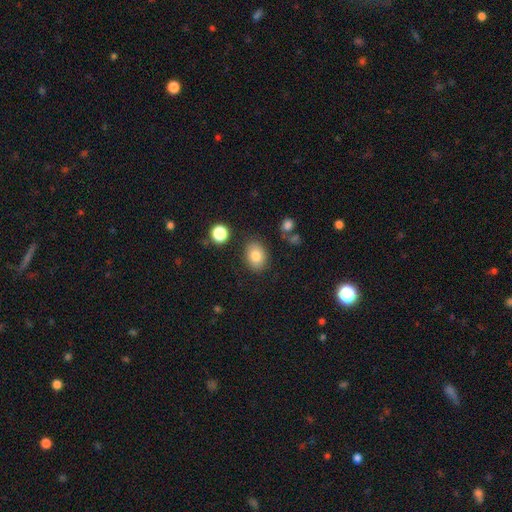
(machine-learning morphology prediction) smooth_or_featured: smooth (p=0.81) [alt: featured or disk p=0.10]
how_rounded: in between (p=0.65) [alt: round p=0.34]
merging: none (p=0.82) [alt: minor disturbance p=0.11]